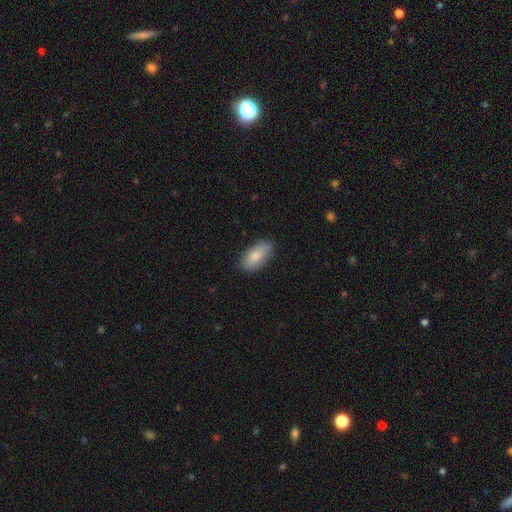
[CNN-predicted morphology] smooth 82%, featured or disk 12%, star or artifact 6%. Down the decision tree: how rounded — in between (91%); merging — none (79%).